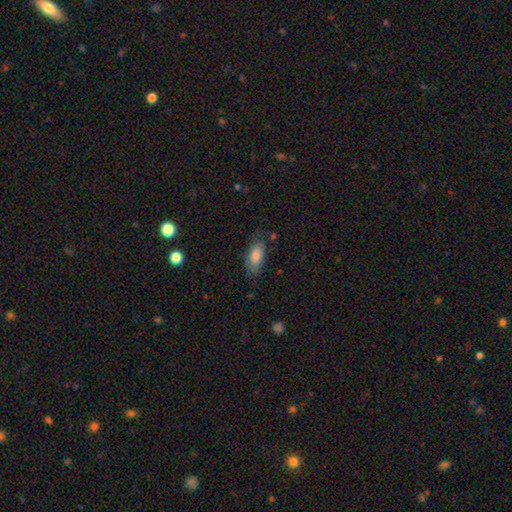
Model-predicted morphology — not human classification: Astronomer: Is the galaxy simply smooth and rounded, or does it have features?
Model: smooth — 77%.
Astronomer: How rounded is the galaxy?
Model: in between — 87%.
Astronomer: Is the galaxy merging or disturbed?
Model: none — 72%.